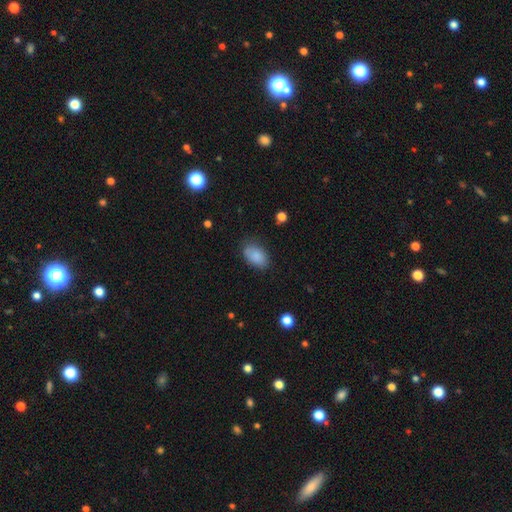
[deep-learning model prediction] A smooth galaxy with no disk features (86%) that is in between round and cigar-shaped (90%). Merging: none (75%).